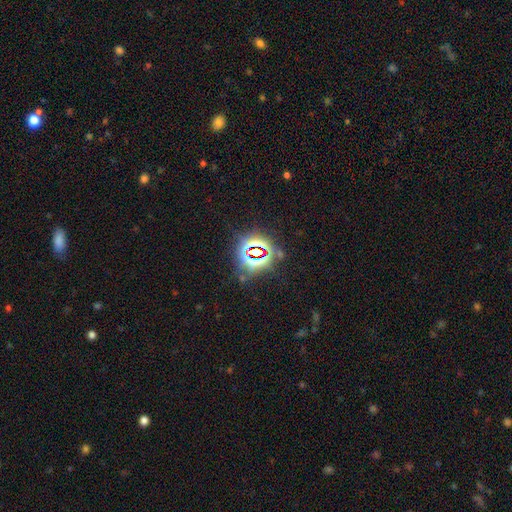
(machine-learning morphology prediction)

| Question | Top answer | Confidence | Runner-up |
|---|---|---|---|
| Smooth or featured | star or artifact | 77% | smooth (14%) |